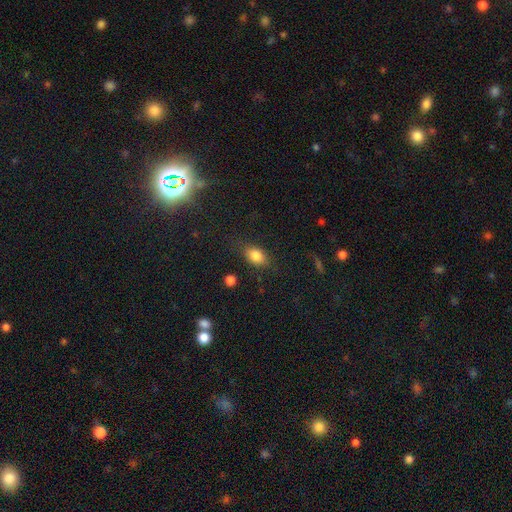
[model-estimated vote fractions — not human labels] Smooth or featured? Predicted: smooth (p=0.82). How rounded? Predicted: in between (p=0.84). Merging? Predicted: none (p=0.79).